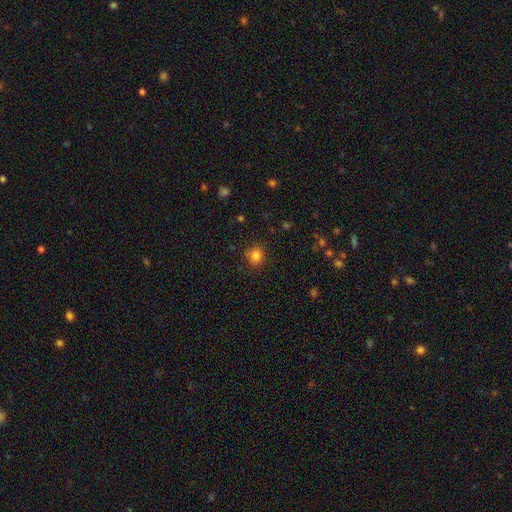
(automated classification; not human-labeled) smooth 82%, star or artifact 12%, featured or disk 5%. Down the decision tree: how rounded — round (84%); merging — none (85%).